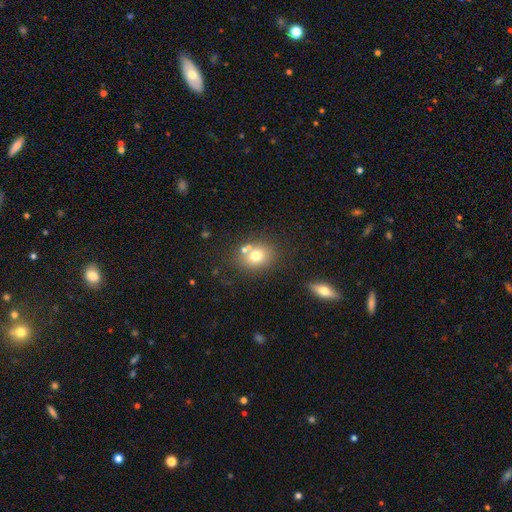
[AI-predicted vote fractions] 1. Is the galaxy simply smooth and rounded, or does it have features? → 73% smooth, 15% featured or disk, 12% star or artifact.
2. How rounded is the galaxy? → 53% round, 46% in between, 1% cigar-shaped.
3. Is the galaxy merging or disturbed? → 68% none, 16% merger, 12% minor disturbance, 4% major disturbance.